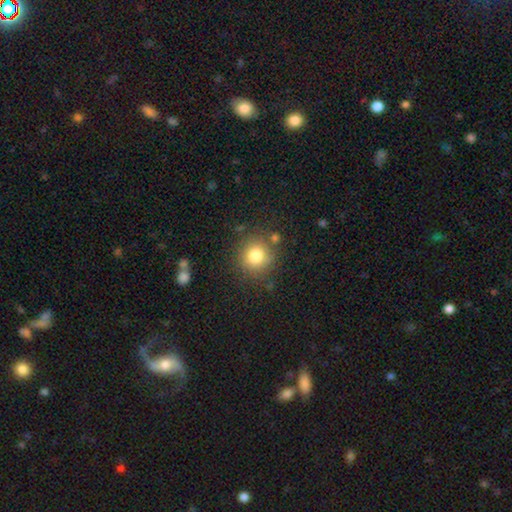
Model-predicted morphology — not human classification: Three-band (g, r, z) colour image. It shows a smooth galaxy with no disk features (80%) that is round (90%). Merging: none (80%).